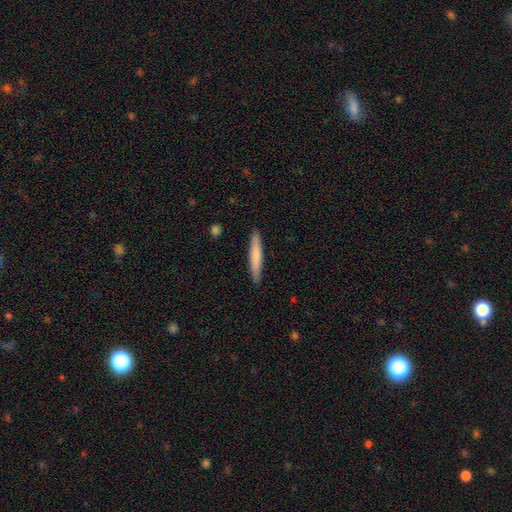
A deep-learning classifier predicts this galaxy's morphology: Overall: smooth (75%). How rounded: cigar-shaped (93%). Merging: none (90%).